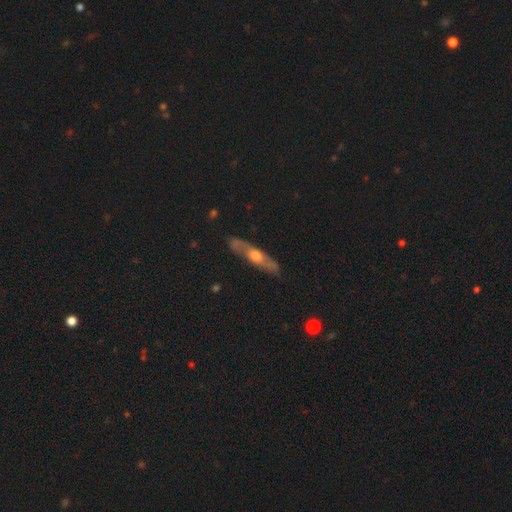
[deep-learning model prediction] featured or disk 65%, smooth 29%, star or artifact 6%. Down the decision tree: edge-on disk — yes (68%); merging — none (83%).